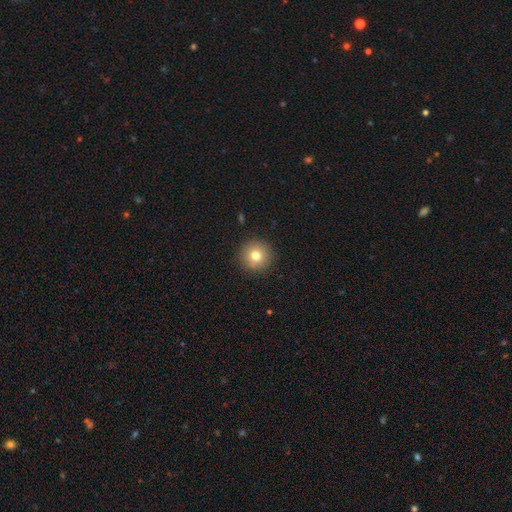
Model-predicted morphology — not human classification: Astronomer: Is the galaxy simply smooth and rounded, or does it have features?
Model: smooth — 77%.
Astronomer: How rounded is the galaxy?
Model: round — 95%.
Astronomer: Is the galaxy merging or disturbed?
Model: none — 92%.